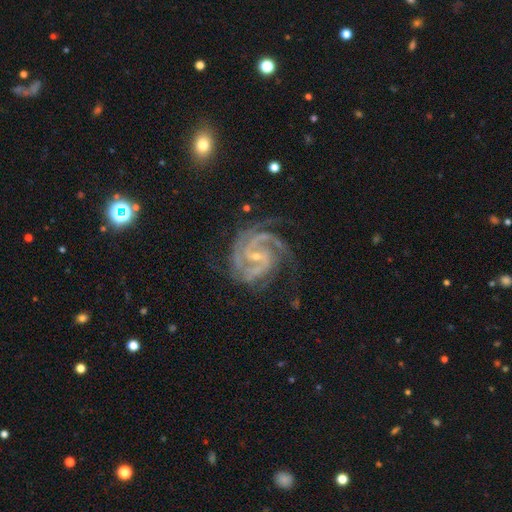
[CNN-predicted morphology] Smooth or featured? Predicted: featured or disk (p=0.92). Edge-on disk? Predicted: no (p=0.98). Bar? Predicted: weak (p=0.43). Spiral arms? Predicted: yes (p=0.99). Spiral winding? Predicted: tight (p=0.57). Spiral arm count? Predicted: 3 (p=0.38). Bulge size? Predicted: small (p=0.77). Merging? Predicted: none (p=0.68).